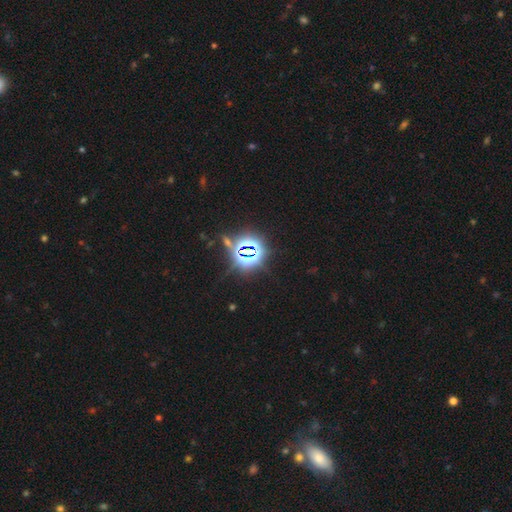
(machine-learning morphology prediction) A star or artifact, not a galaxy (81%).